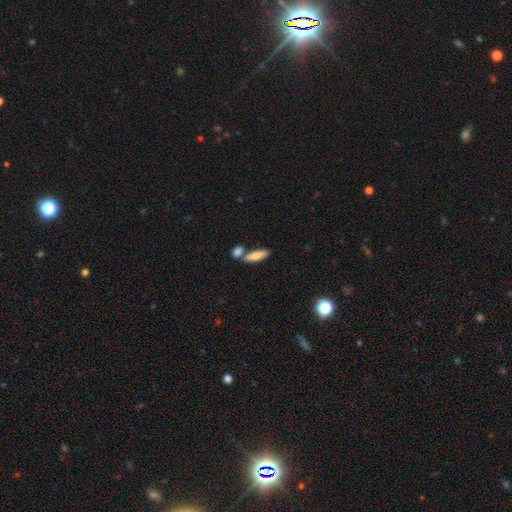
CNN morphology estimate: Smooth or featured? smooth (80%)
How rounded? in between (51%)
Merging? none (59%)